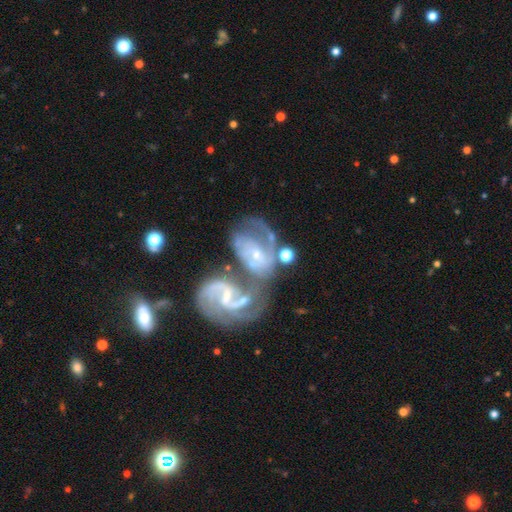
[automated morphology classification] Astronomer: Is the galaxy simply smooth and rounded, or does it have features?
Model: featured or disk — 81%.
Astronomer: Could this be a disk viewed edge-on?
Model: no — 97%.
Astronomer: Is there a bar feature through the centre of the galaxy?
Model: no — 52% (runner-up: weak, 36%).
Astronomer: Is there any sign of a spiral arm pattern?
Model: yes — 88%.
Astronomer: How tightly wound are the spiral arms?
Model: medium — 45% (runner-up: loose, 28%).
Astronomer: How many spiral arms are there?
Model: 2 — 57%.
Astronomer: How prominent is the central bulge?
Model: small — 69%.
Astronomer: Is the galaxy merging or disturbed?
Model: merger — 63%.